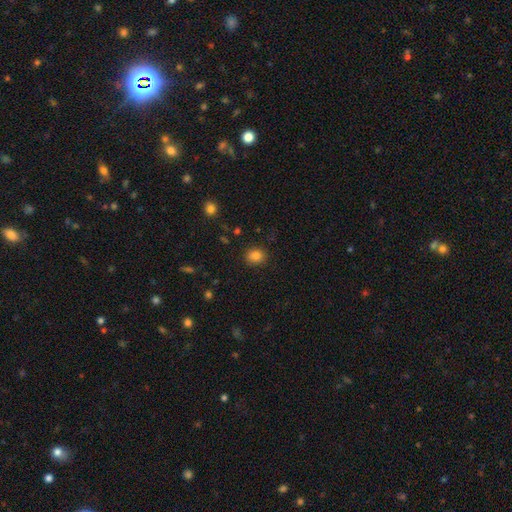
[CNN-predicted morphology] Smooth or featured? smooth (83%)
How rounded? round (66%)
Merging? none (88%)